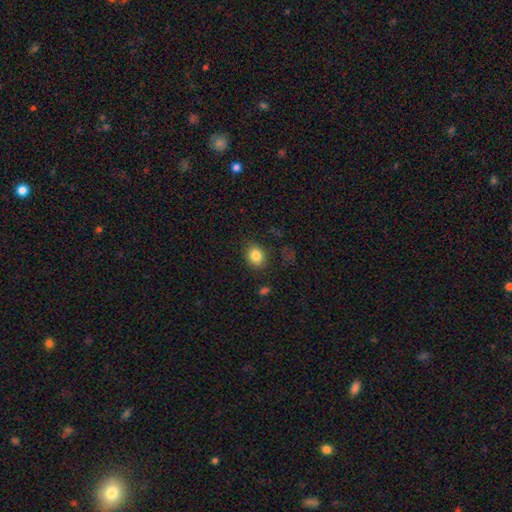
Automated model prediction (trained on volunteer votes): This is clearly a smooth galaxy (83%). How rounded: possibly round (54%). Merging: clearly none (81%).